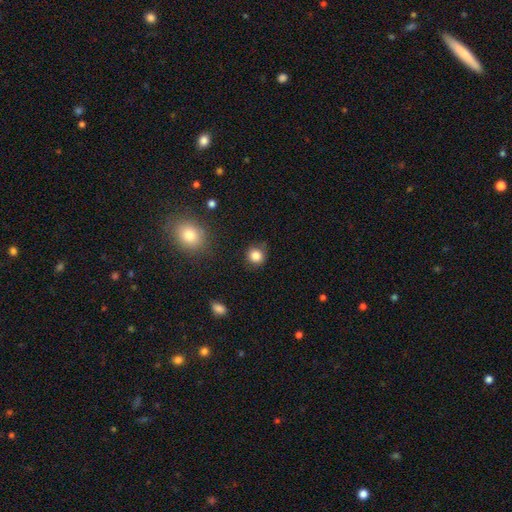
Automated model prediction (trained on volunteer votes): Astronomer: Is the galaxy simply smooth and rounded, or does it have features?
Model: smooth — 84%.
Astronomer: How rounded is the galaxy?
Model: round — 88%.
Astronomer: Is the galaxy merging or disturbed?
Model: none — 81%.